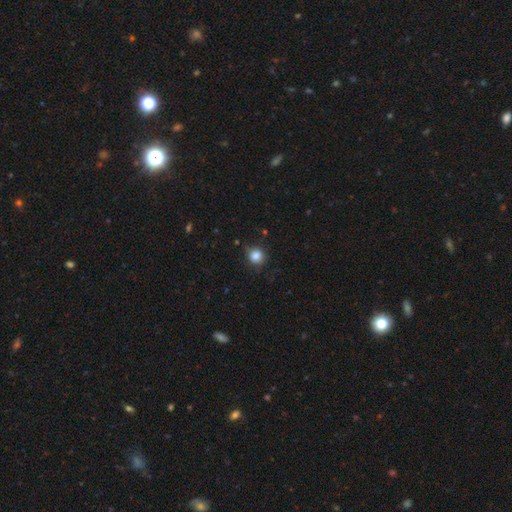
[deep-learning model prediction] Smooth or featured: smooth — 85% (star or artifact — 11%)
How rounded: round — 86% (in between — 13%)
Merging: none — 78% (minor disturbance — 17%)